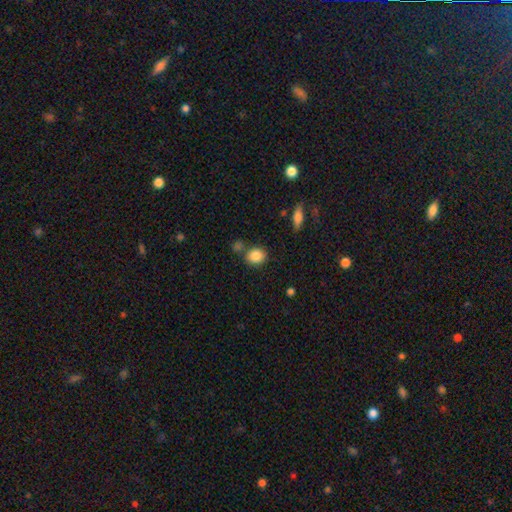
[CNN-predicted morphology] smooth 86%, star or artifact 9%, featured or disk 5%. Down the decision tree: how rounded — round (70%); merging — none (73%).